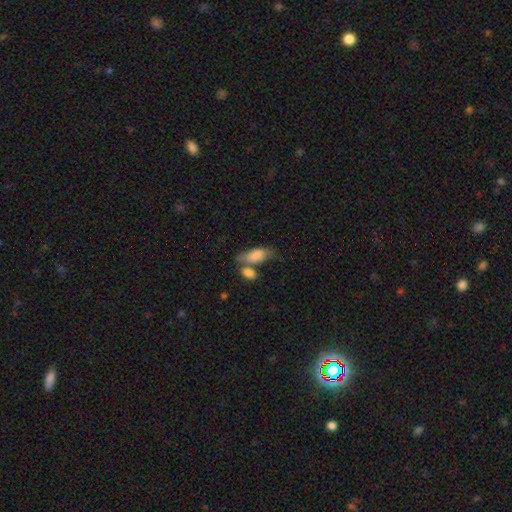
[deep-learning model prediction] This appears to be a smooth galaxy with no disk features (81%) that is in between round and cigar-shaped (87%). Merging: merger (39%).